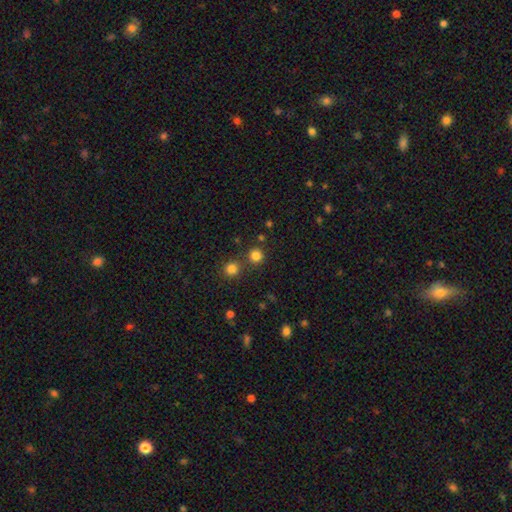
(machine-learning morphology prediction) smooth_or_featured: smooth (p=0.80) [alt: star or artifact p=0.16]
how_rounded: round (p=0.93) [alt: in between p=0.06]
merging: none (p=0.78) [alt: merger p=0.14]